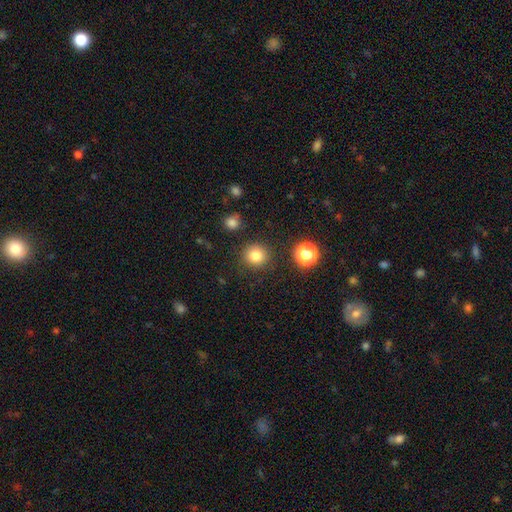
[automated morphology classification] A smooth galaxy with no disk features (81%) that is round (92%). Merging: none (87%).